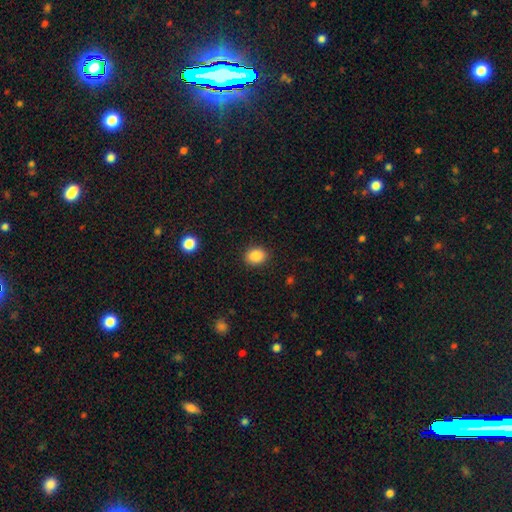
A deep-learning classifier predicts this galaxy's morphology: Smooth or featured? smooth (88%)
How rounded? in between (50%)
Merging? none (89%)